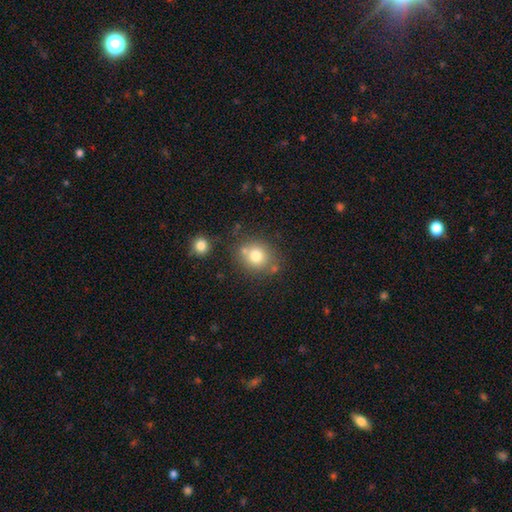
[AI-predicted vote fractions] Overall: smooth (77%). How rounded: round (76%). Merging: none (68%).